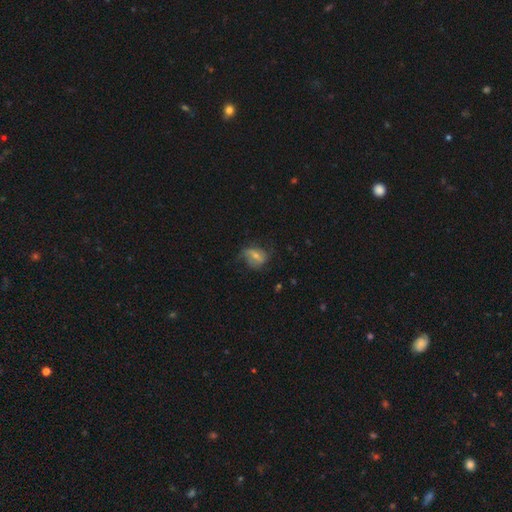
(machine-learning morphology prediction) featured or disk 51%, smooth 40%, star or artifact 9%. Down the decision tree: edge-on disk — no (95%); merging — none (52%).